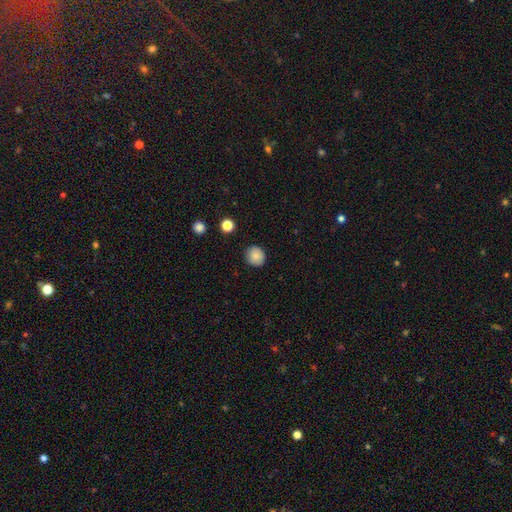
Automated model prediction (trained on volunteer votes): Smooth or featured?
  - smooth: 86% *
  - star or artifact: 9%
  - featured or disk: 5%
How rounded?
  - round: 88% *
  - in between: 11%
  - cigar-shaped: 1%
Merging?
  - none: 89% *
  - minor disturbance: 7%
  - major disturbance: 2%
  - merger: 1%